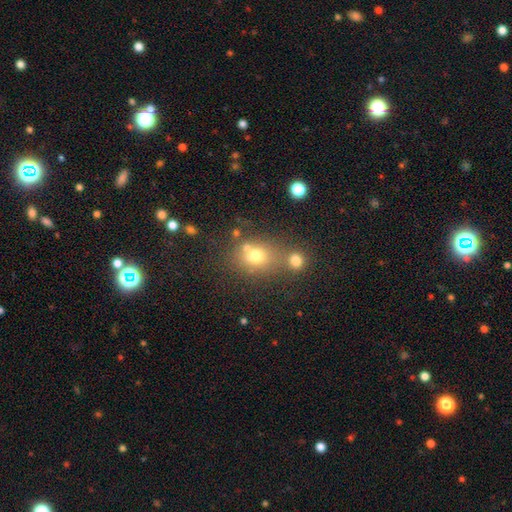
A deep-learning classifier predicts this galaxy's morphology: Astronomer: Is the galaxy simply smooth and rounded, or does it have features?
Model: smooth — 68%.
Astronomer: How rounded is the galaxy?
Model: round — 59% (runner-up: in between, 39%).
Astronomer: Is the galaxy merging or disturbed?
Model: none — 52% (runner-up: merger, 29%).